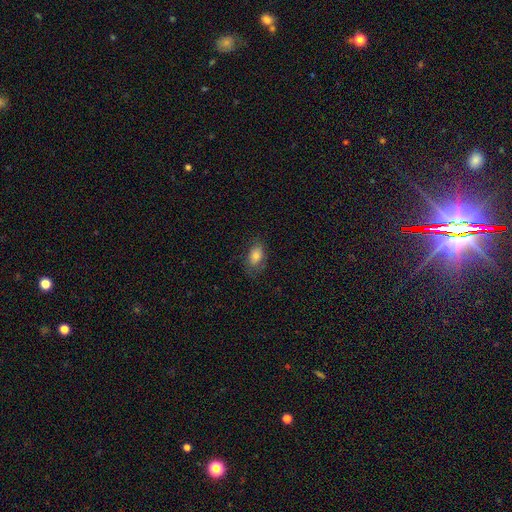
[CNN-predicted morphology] Overall: smooth (74%). How rounded: in between (86%). Merging: none (71%).